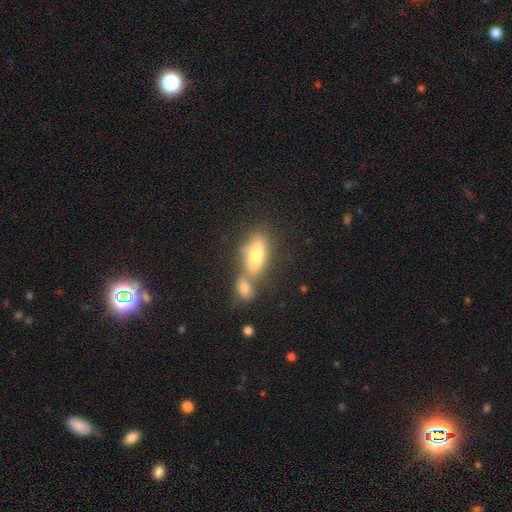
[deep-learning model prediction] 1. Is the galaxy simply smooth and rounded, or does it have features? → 68% smooth, 24% featured or disk, 8% star or artifact.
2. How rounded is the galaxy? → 64% in between, 33% cigar-shaped, 3% round.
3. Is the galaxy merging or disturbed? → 47% merger, 37% none, 11% minor disturbance, 5% major disturbance.